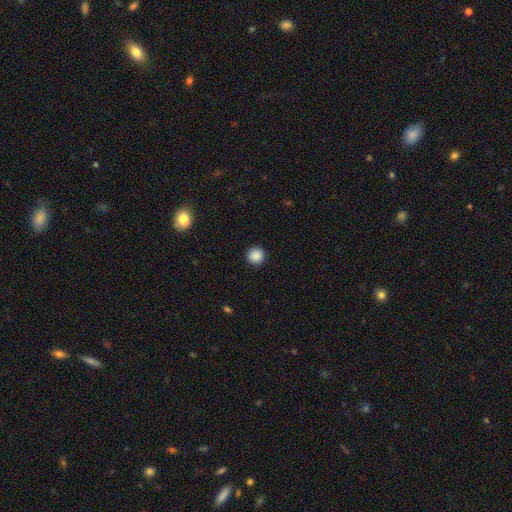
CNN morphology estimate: Smooth or featured? smooth (88%)
How rounded? round (96%)
Merging? none (93%)